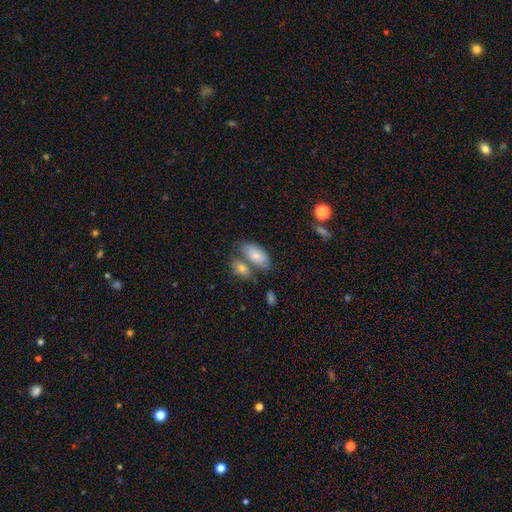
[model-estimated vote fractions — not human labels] Overall: smooth (79%). How rounded: in between (93%). Merging: none (42%; merger 37%).